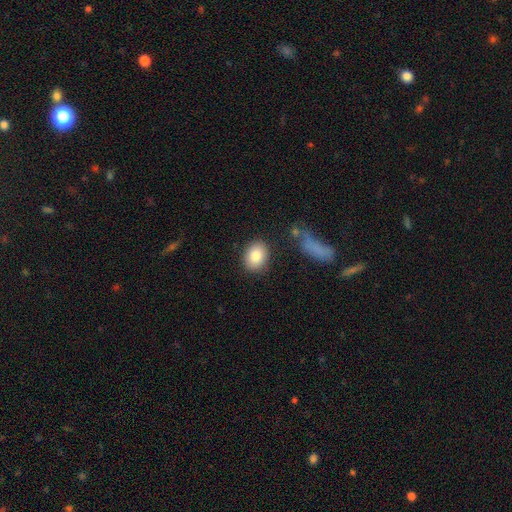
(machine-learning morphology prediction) A smooth galaxy with no disk features (85%) that is in between round and cigar-shaped (64%).

Vote fractions:
- Smooth or featured? smooth: 85% / featured or disk: 8% / star or artifact: 7%
- How rounded? in between: 64% / round: 35% / cigar-shaped: 1%
- Merging? none: 84% / minor disturbance: 10% / major disturbance: 3% / merger: 3%